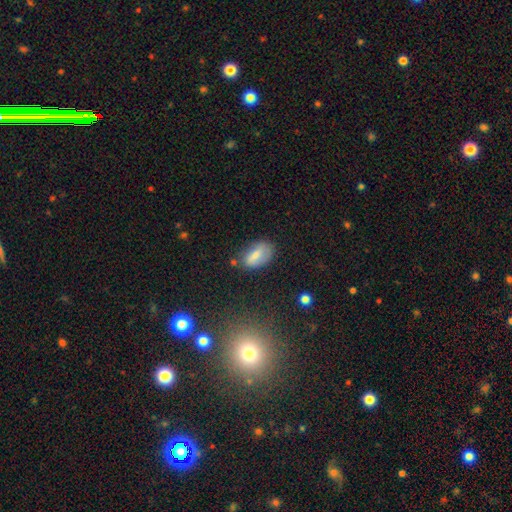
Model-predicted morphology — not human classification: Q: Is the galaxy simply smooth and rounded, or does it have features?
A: smooth — 72%.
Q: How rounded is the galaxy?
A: in between — 89%.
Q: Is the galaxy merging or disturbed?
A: none — 63%.